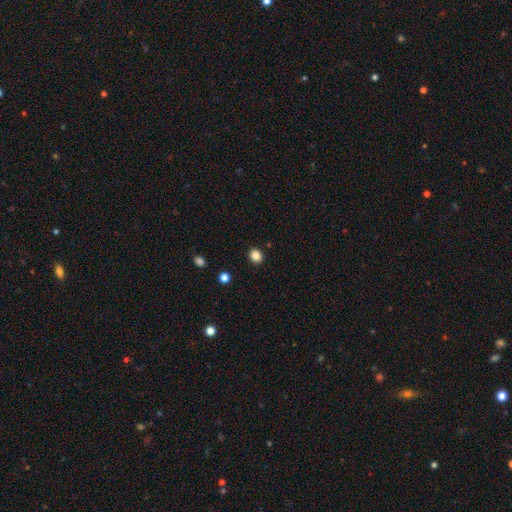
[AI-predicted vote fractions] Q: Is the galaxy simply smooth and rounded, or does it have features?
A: smooth — 85%.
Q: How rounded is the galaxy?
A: round — 79%.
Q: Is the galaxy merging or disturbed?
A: none — 91%.